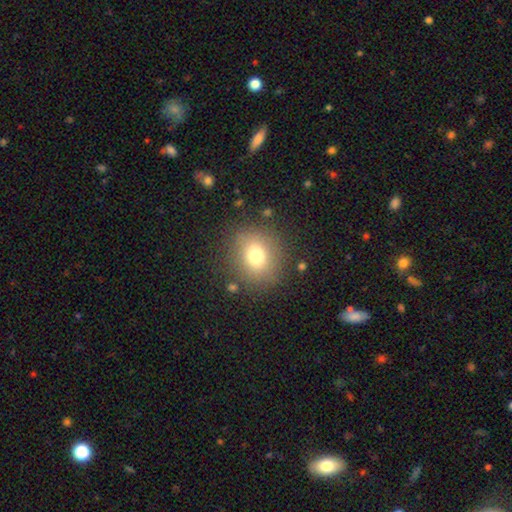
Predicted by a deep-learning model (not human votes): Morphology: type=smooth (74%); roundness=round (74%); merging=none (83%).